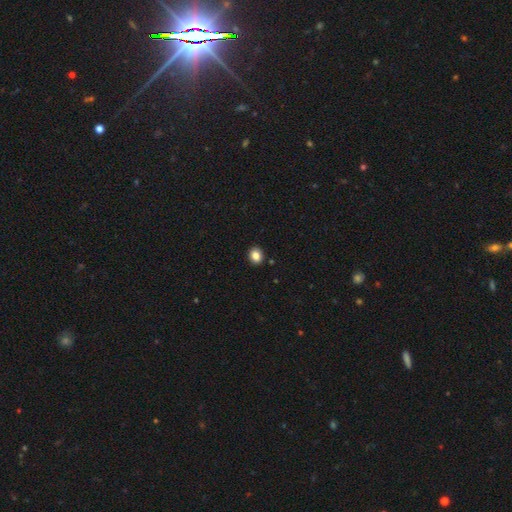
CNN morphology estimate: Overall: smooth (85%). How rounded: round (61%; in between 38%). Merging: none (91%).